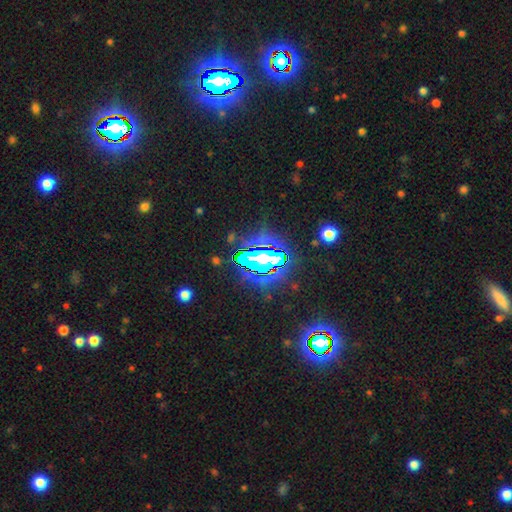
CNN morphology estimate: Smooth or featured? Predicted: star or artifact (p=0.77).